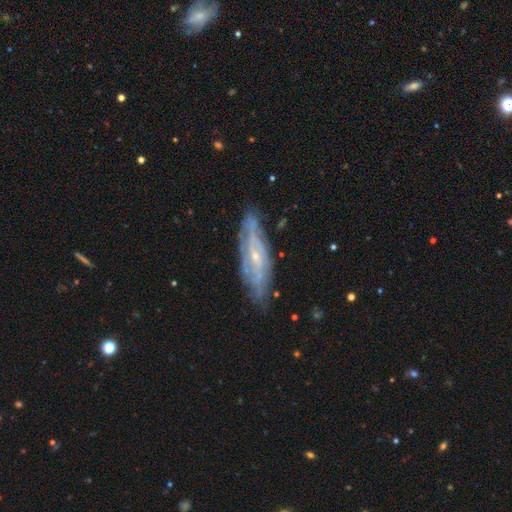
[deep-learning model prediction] Smooth or featured? featured or disk (69%)
Edge-on disk? no (63%)
Merging? none (82%)